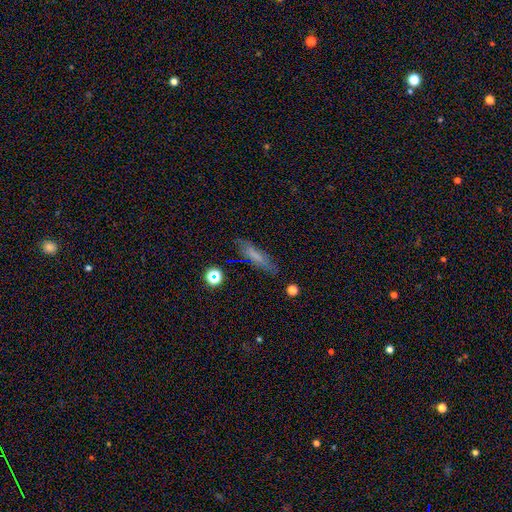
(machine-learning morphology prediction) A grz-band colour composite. It shows a smooth galaxy with no disk features (62%) that is cigar-shaped (69%). Merging: none (76%).